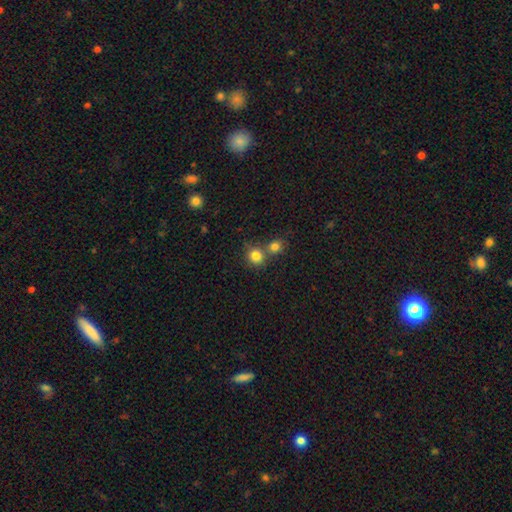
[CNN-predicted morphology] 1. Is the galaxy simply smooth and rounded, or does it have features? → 83% smooth, 12% star or artifact, 6% featured or disk.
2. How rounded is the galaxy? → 85% round, 14% in between, 1% cigar-shaped.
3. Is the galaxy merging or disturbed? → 55% none, 35% merger, 8% minor disturbance, 3% major disturbance.